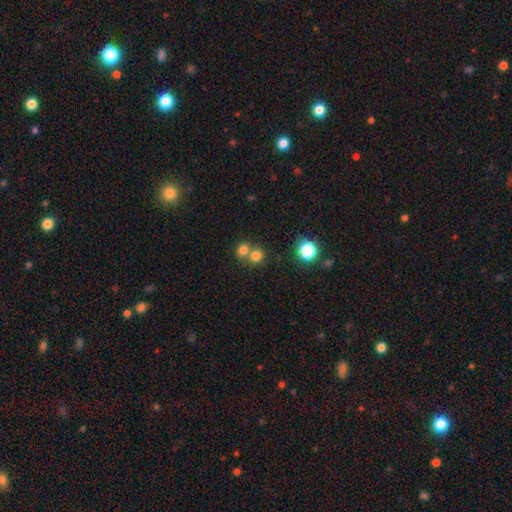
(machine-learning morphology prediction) A smooth galaxy with no disk features (76%) that is round (80%).

Vote fractions:
- Smooth or featured? smooth: 76% / star or artifact: 15% / featured or disk: 9%
- How rounded? round: 80% / in between: 19% / cigar-shaped: 1%
- Merging? merger: 47% / none: 45% / minor disturbance: 6% / major disturbance: 3%